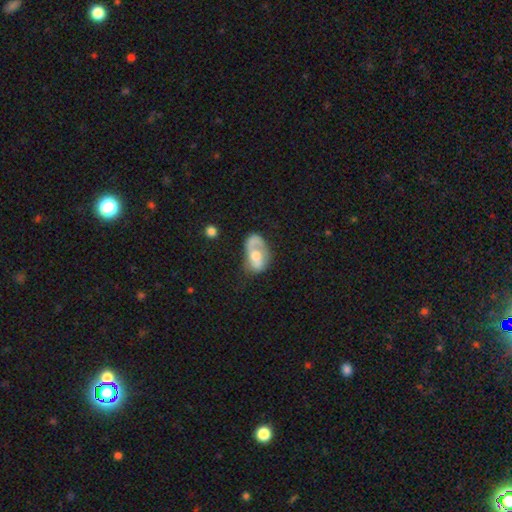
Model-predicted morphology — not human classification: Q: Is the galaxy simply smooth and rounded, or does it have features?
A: featured or disk — 53%.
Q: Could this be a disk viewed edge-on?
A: no — 95%.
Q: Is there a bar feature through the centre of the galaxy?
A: no — 65%.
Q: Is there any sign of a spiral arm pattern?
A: yes — 56%.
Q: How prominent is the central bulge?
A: moderate — 67%.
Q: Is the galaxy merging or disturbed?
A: none — 36%.